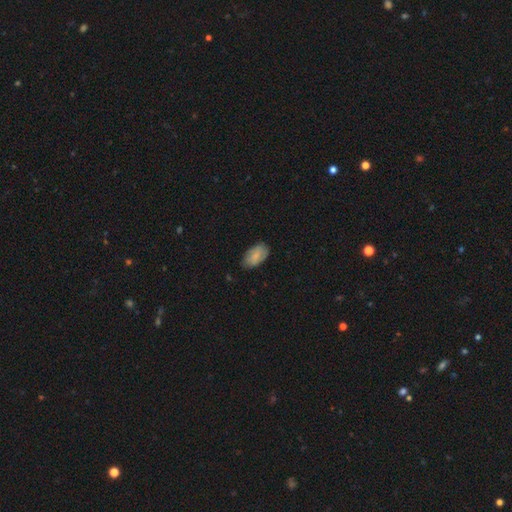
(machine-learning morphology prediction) Smooth or featured? Predicted: smooth (p=0.75). How rounded? Predicted: in between (p=0.94). Merging? Predicted: none (p=0.75).